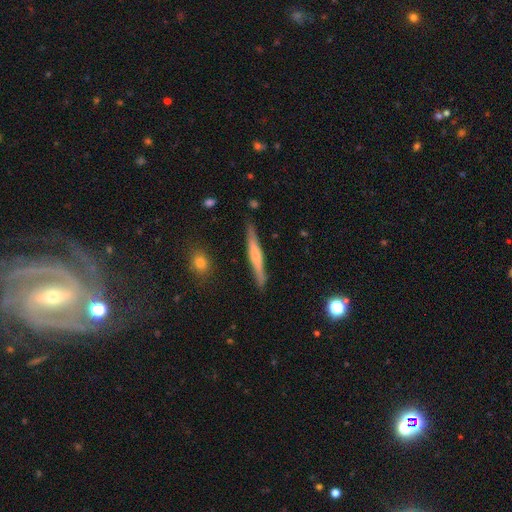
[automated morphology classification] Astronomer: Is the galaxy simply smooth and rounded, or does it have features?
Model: featured or disk — 51% (runner-up: smooth, 43%).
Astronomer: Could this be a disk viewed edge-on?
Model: yes — 95%.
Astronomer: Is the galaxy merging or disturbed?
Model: none — 87%.